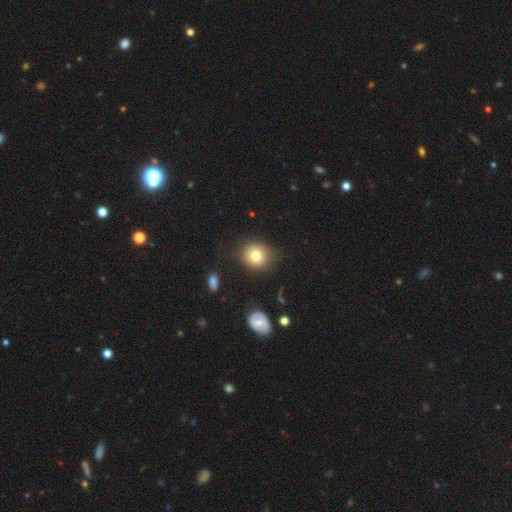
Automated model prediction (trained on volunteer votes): Q: Smooth or featured?
A: smooth (79%); runner-up: featured or disk (11%)
Q: How rounded?
A: round (83%); runner-up: in between (16%)
Q: Merging?
A: none (81%); runner-up: minor disturbance (13%)